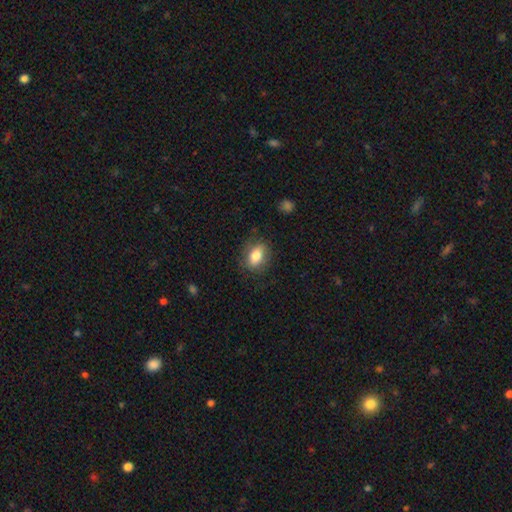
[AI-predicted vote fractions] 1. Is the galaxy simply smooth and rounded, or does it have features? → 78% smooth, 15% featured or disk, 8% star or artifact.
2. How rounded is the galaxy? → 78% in between, 19% round, 2% cigar-shaped.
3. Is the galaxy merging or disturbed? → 78% none, 16% minor disturbance, 5% major disturbance, 1% merger.